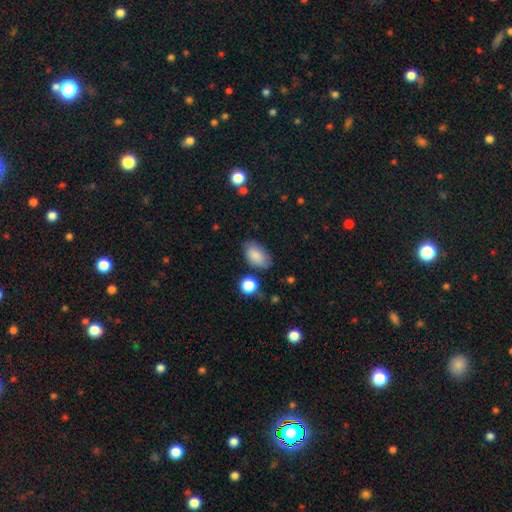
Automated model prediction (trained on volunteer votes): Smooth or featured?
  - smooth: 85% *
  - featured or disk: 8%
  - star or artifact: 7%
How rounded?
  - in between: 93% *
  - round: 5%
  - cigar-shaped: 2%
Merging?
  - none: 72% *
  - minor disturbance: 20%
  - major disturbance: 5%
  - merger: 4%